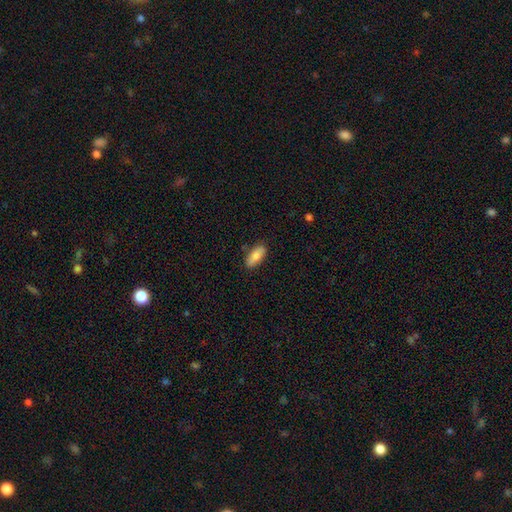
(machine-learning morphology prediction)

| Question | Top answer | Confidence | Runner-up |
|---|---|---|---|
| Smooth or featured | smooth | 82% | featured or disk (12%) |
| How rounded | in between | 80% | cigar-shaped (18%) |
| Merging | none | 84% | minor disturbance (12%) |